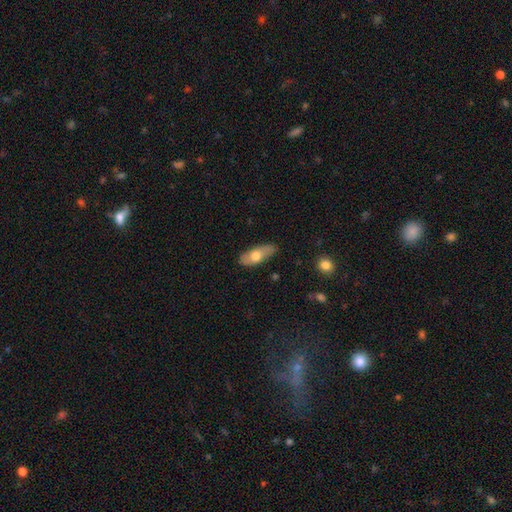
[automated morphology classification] Q: Smooth or featured?
A: smooth (65%); runner-up: featured or disk (30%)
Q: How rounded?
A: in between (75%); runner-up: cigar-shaped (22%)
Q: Merging?
A: none (81%); runner-up: minor disturbance (15%)